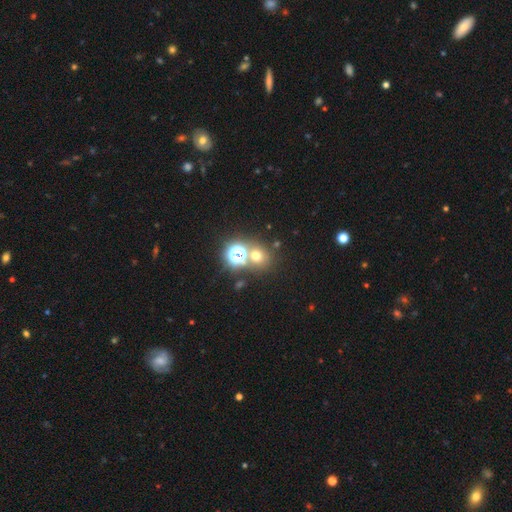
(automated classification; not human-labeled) This appears to be a smooth galaxy with no disk features (59%) that is round (83%). Merging: none (66%).